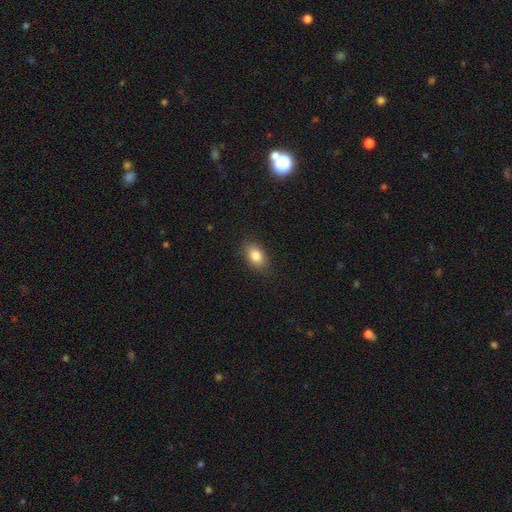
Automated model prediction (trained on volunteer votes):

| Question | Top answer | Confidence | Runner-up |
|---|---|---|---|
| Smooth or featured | smooth | 85% | star or artifact (8%) |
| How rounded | in between | 87% | round (11%) |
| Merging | none | 85% | minor disturbance (11%) |